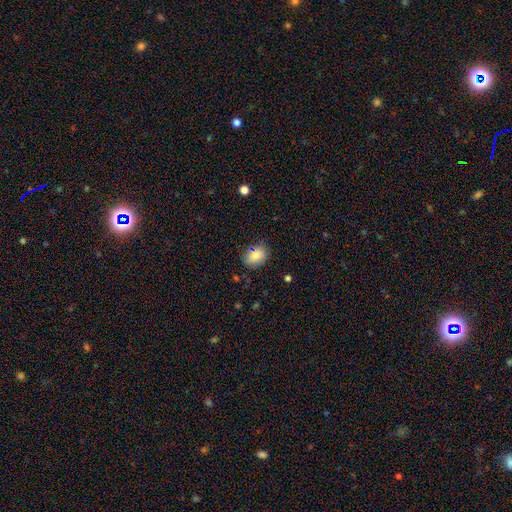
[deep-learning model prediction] smooth 83%, star or artifact 9%, featured or disk 8%. Down the decision tree: how rounded — in between (74%); merging — none (76%).